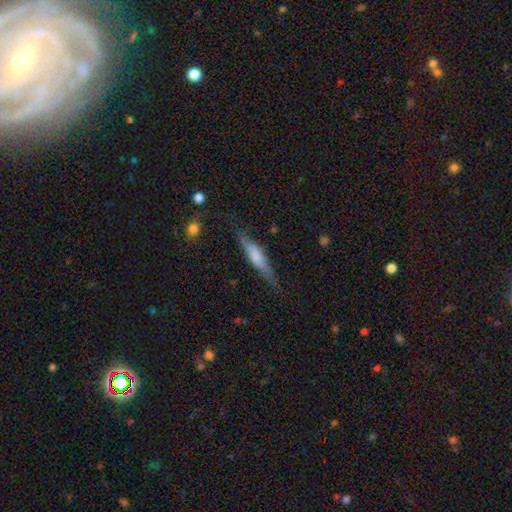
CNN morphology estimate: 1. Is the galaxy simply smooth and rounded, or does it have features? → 54% smooth, 40% featured or disk, 6% star or artifact.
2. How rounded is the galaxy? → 82% cigar-shaped, 17% in between, 2% round.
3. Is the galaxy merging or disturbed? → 76% none, 17% minor disturbance, 5% major disturbance, 2% merger.